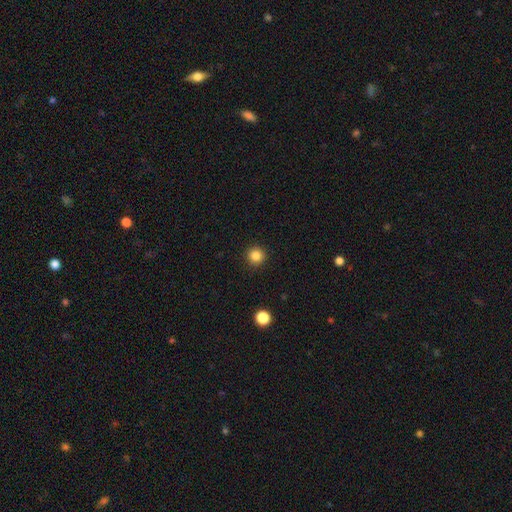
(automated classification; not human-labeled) A smooth galaxy with no disk features (84%) that is round (95%). Merging: none (92%).